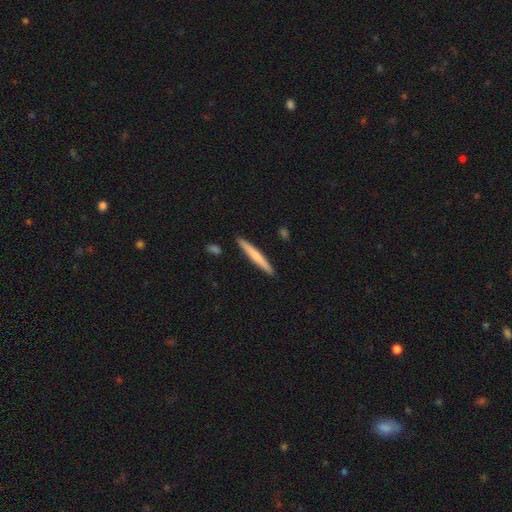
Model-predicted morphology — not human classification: smooth-or-featured: smooth: 64% | featured or disk: 31% | star or artifact: 5%
  how-rounded: cigar-shaped: 96% | in between: 3% | round: 1%
  merging: none: 90% | minor disturbance: 7% | merger: 2% | major disturbance: 1%